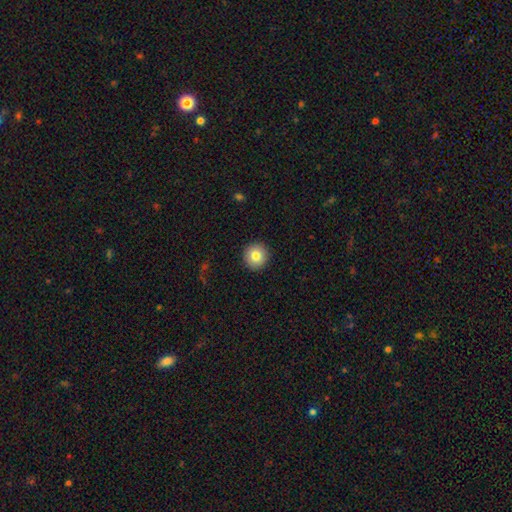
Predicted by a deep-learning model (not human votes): A smooth galaxy with no disk features (81%) that is round (95%). Merging: none (92%).